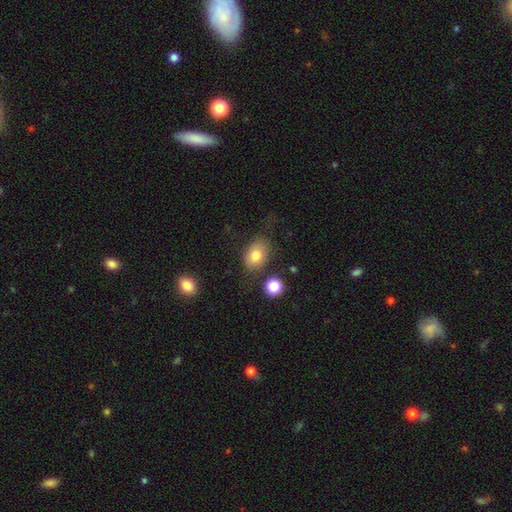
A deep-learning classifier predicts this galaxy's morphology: Smooth or featured? smooth (80%)
How rounded? in between (74%)
Merging? none (69%)